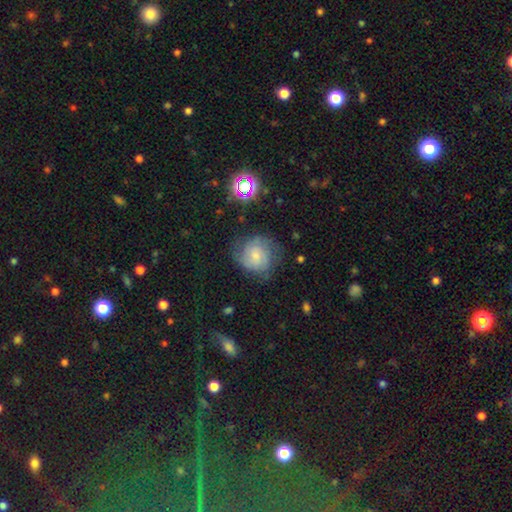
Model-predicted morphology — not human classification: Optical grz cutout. It shows a featured or disk galaxy (55%) with no bar (61%), spiral arms (86%) and a small central bulge (55%). Merging: none (62%).